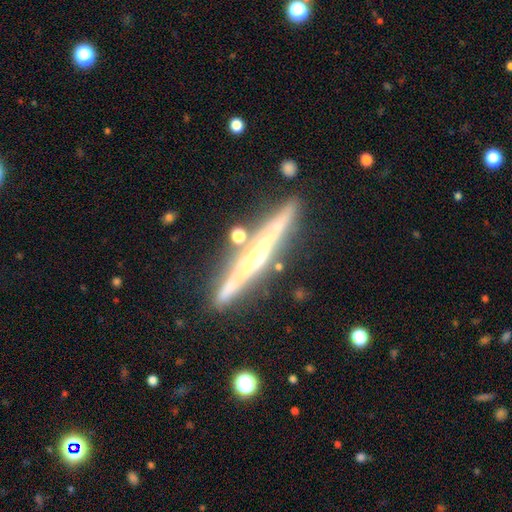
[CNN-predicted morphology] This appears to be a featured or disk galaxy (80%) viewed edge-on (97%) with a rounded central bulge (78%). Merging: none (84%).